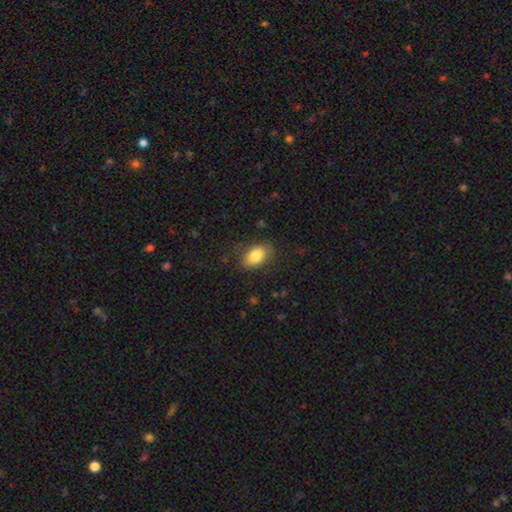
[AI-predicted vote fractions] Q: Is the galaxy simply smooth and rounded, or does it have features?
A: smooth — 83%.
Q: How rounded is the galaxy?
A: in between — 88%.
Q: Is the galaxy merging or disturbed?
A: none — 80%.